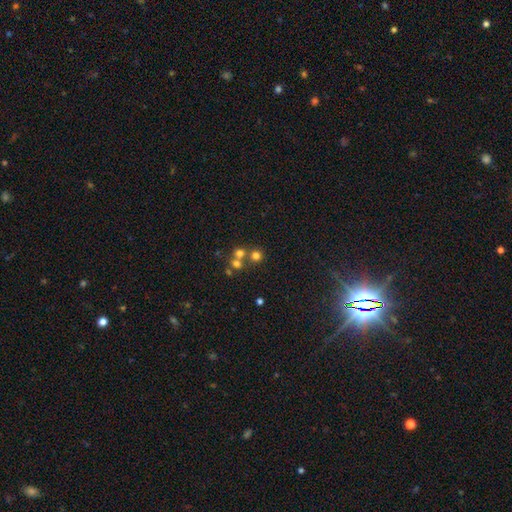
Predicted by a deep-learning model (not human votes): Smooth or featured: smooth — 67% (star or artifact — 21%)
How rounded: round — 91% (in between — 8%)
Merging: none — 57% (merger — 35%)